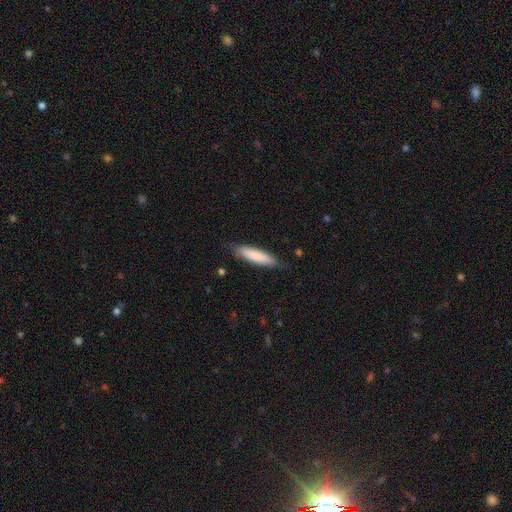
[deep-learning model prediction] The model was most divided on "how rounded": cigar-shaped: 75%, in between: 24%, round: 1%. More confident: smooth or featured — smooth (83%); merging — none (82%).